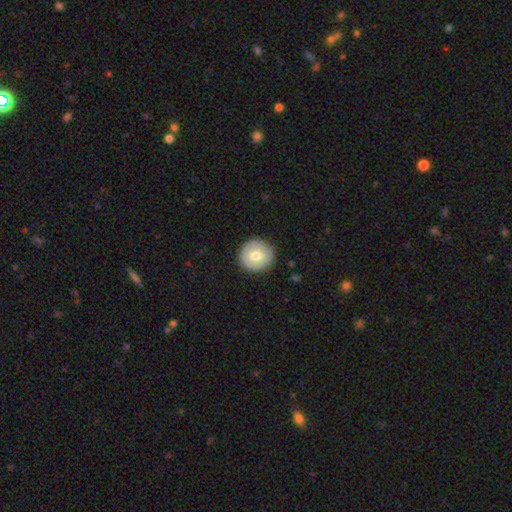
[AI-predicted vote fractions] A smooth galaxy with no disk features (73%) that is round (94%). Merging: none (90%).